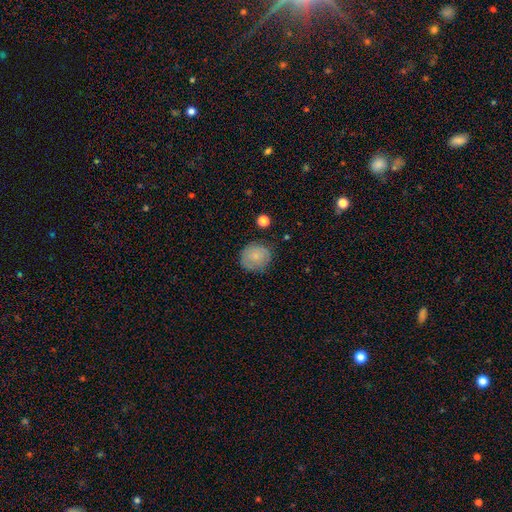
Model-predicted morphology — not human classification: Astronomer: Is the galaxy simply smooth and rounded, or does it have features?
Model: smooth — 68%.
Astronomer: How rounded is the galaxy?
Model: round — 84%.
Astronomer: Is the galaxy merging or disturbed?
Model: none — 78%.